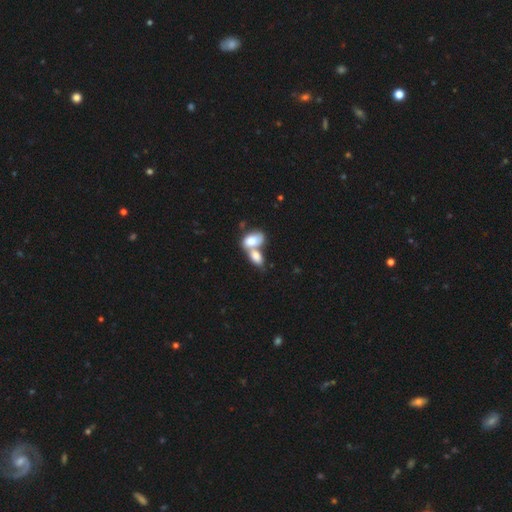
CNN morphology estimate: type=smooth (79%); roundness=in between (91%); merging=merger (74%).